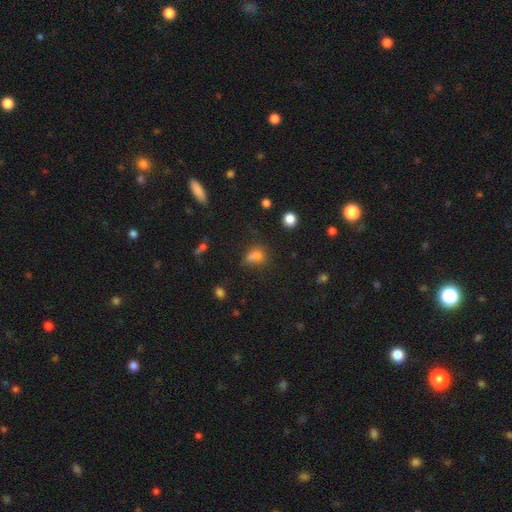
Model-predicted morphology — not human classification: Q: Smooth or featured?
A: smooth (72%); runner-up: star or artifact (18%)
Q: How rounded?
A: in between (57%); runner-up: round (39%)
Q: Merging?
A: none (42%); runner-up: merger (23%)